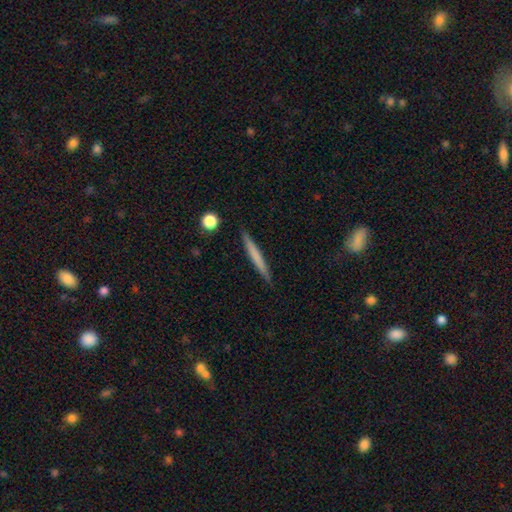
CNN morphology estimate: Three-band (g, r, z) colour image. It shows a smooth galaxy with no disk features (61%) that is cigar-shaped (97%). Merging: none (90%).